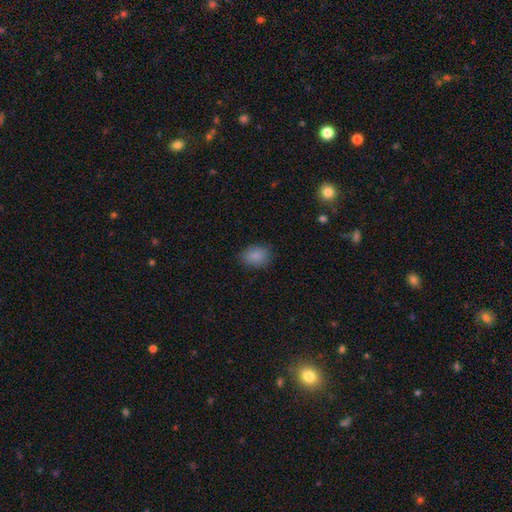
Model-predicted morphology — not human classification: A smooth galaxy with no disk features (86%) that is in between round and cigar-shaped (64%).

Vote fractions:
- Smooth or featured? smooth: 86% / star or artifact: 10% / featured or disk: 4%
- How rounded? in between: 64% / round: 34% / cigar-shaped: 1%
- Merging? none: 83% / minor disturbance: 13% / major disturbance: 3% / merger: 1%